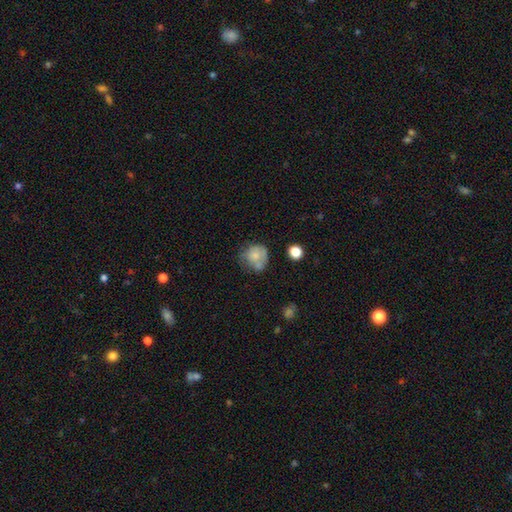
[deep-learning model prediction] Q: Smooth or featured?
A: smooth (67%); runner-up: featured or disk (24%)
Q: How rounded?
A: round (74%); runner-up: in between (25%)
Q: Merging?
A: none (42%); runner-up: minor disturbance (28%)